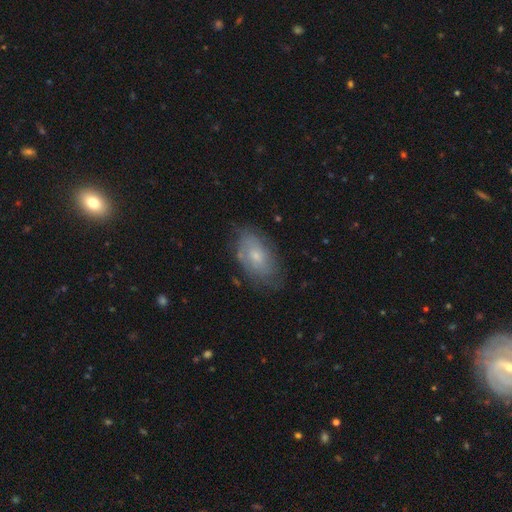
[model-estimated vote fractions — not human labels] Smooth or featured: featured or disk — 47% (smooth — 45%)
Merging: none — 69% (minor disturbance — 23%)